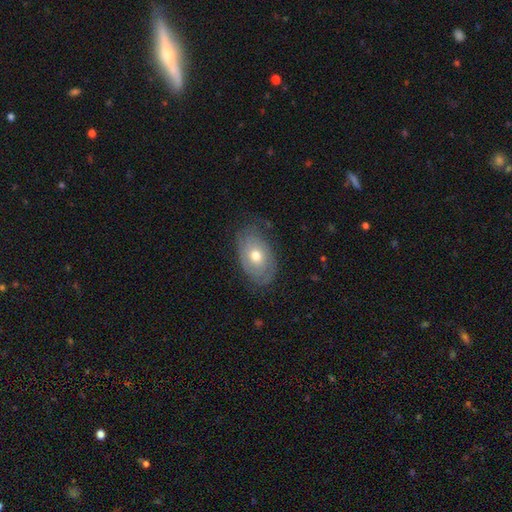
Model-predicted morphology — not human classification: The model was most divided on "smooth or featured": featured or disk: 53%, smooth: 40%, star or artifact: 7%. More confident: edge-on disk — no (91%); merging — none (70%).